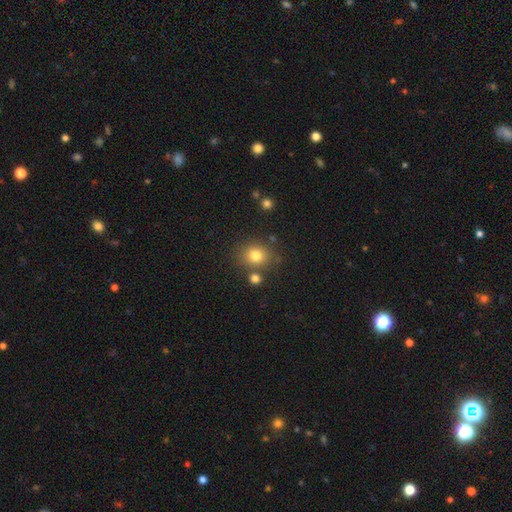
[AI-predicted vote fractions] smooth-or-featured: smooth: 78% | star or artifact: 13% | featured or disk: 8%
  how-rounded: round: 73% | in between: 26% | cigar-shaped: 1%
  merging: none: 76% | minor disturbance: 11% | merger: 10% | major disturbance: 4%